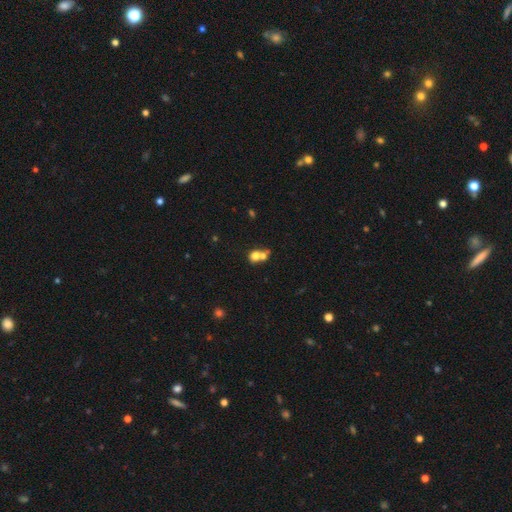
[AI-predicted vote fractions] smooth 70%, featured or disk 18%, star or artifact 13%. Down the decision tree: how rounded — round (70%); merging — merger (63%).